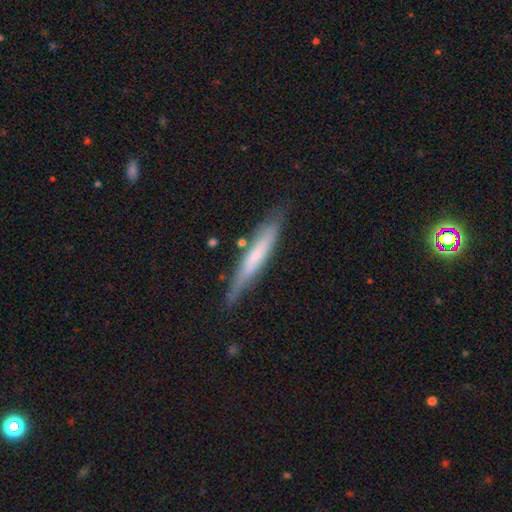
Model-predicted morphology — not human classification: Smooth or featured? smooth (49%)
Merging? none (76%)